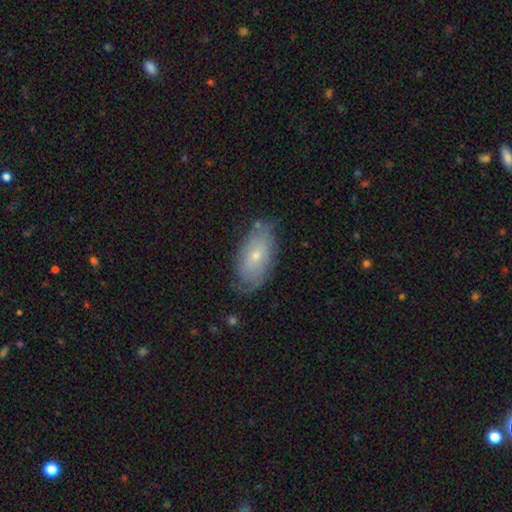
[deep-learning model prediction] A smooth galaxy with no disk features (47%). Merging: none (64%).